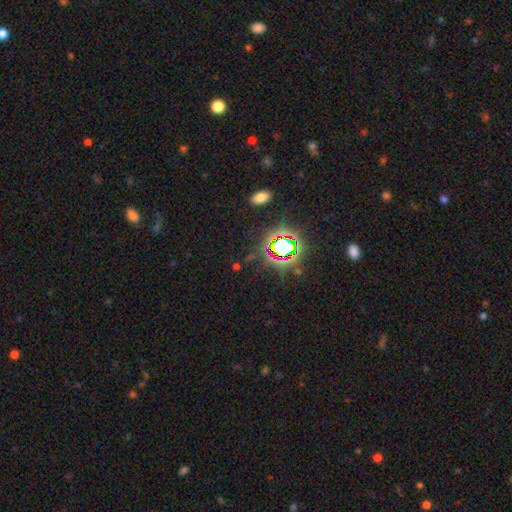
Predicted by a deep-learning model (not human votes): Smooth or featured? star or artifact (76%)